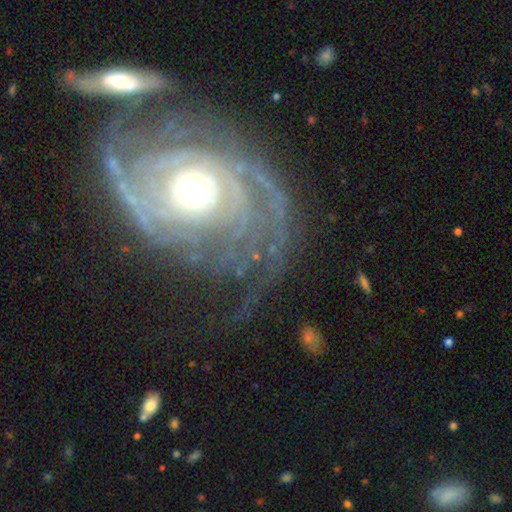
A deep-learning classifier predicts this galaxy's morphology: featured or disk 80%, star or artifact 11%, smooth 9%. Down the decision tree: edge-on disk — no (95%); bar — no (67%); spiral arms — yes (89%); spiral arm count — can't tell (34%); spiral winding — tight (63%); bulge size — moderate (55%); merging — none (63%).